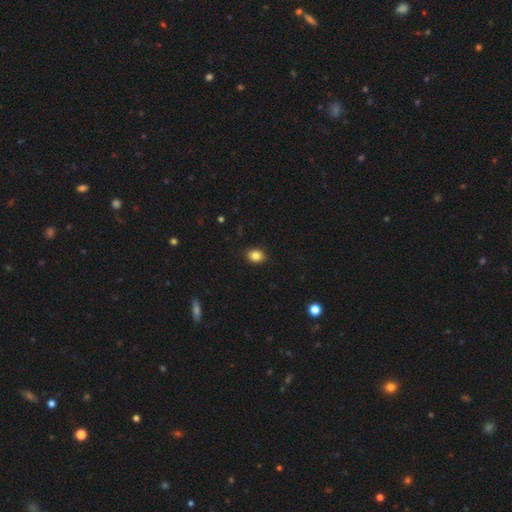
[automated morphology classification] smooth 84%, star or artifact 10%, featured or disk 6%. Down the decision tree: how rounded — in between (63%); merging — none (88%).